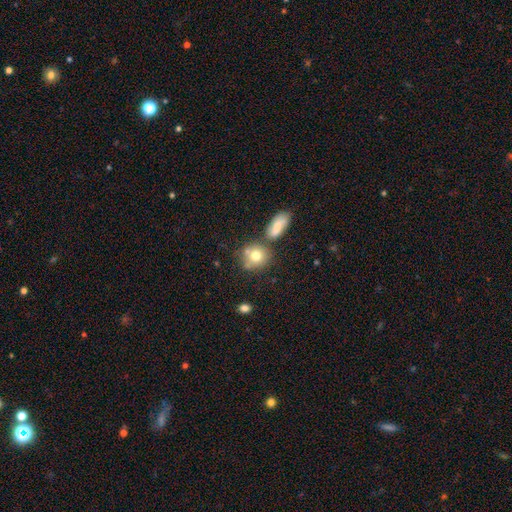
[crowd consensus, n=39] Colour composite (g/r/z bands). It shows a smooth galaxy with no disk features (62%) that is round (75%). Merging: none (46%).